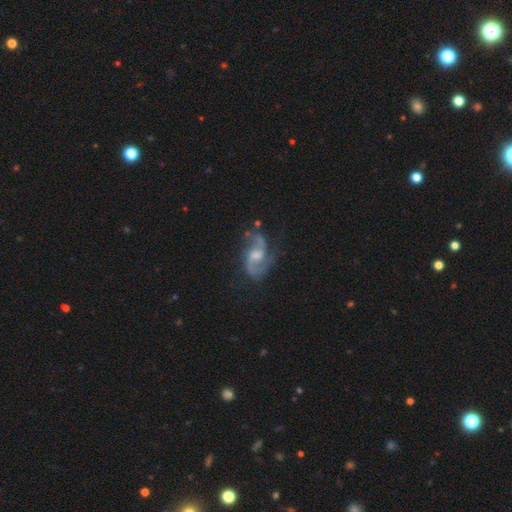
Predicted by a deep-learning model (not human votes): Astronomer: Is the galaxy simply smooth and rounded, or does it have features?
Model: featured or disk — 89%.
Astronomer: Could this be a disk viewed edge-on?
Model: no — 97%.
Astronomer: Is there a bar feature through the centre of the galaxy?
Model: weak — 50% (runner-up: no, 38%).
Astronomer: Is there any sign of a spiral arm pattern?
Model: yes — 97%.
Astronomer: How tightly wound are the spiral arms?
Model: loose — 47% (runner-up: medium, 43%).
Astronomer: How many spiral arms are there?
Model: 2 — 91%.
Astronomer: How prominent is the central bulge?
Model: moderate — 49% (runner-up: small, 32%).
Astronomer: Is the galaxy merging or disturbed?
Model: none — 69%.